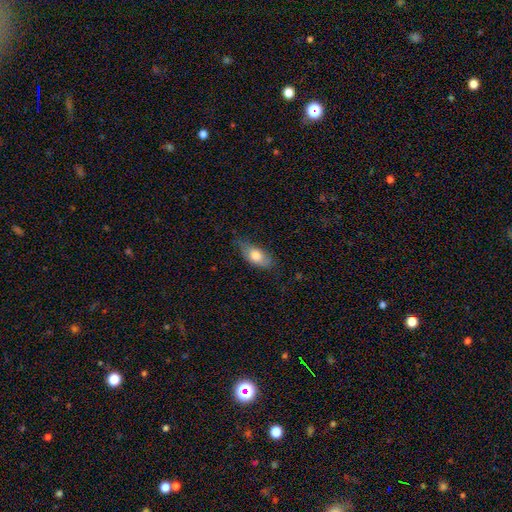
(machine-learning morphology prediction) Overall: smooth (74%). How rounded: in between (85%). Merging: none (60%; minor disturbance 31%).